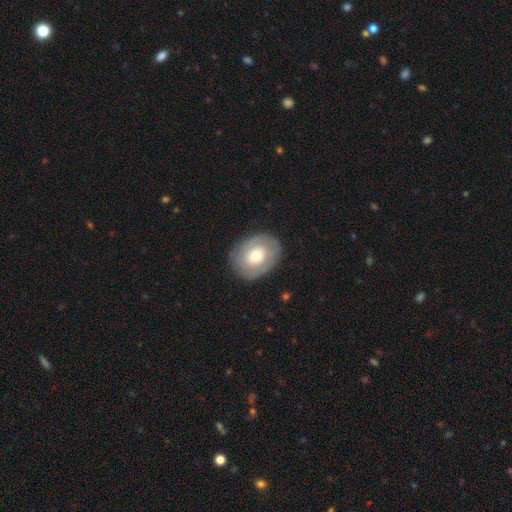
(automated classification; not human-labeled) Overall: smooth (50%; featured or disk 44%). Merging: none (81%).